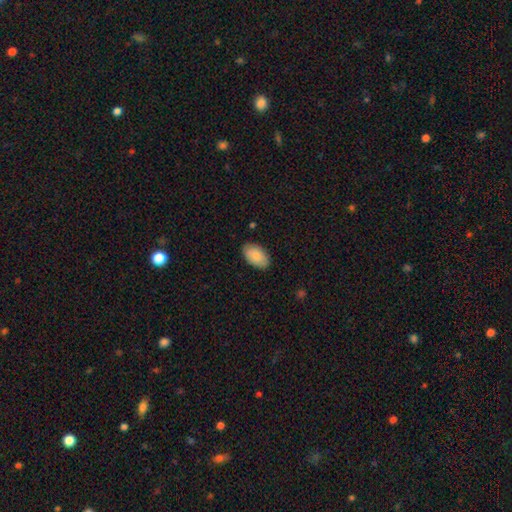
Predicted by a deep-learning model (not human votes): This appears to be a smooth galaxy with no disk features (87%) that is in between round and cigar-shaped (95%). Merging: none (85%).